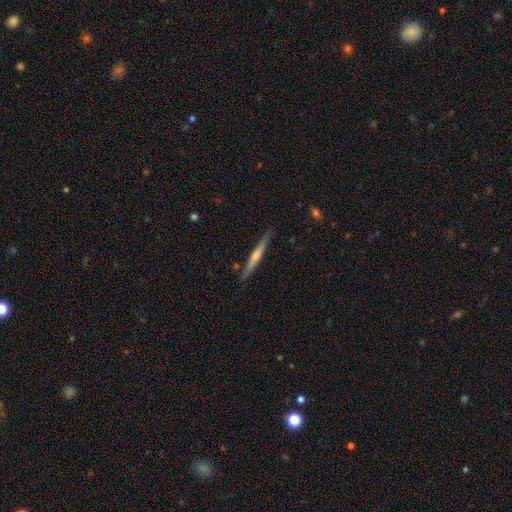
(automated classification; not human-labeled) Smooth or featured: featured or disk — 61% (smooth — 33%)
Edge-on disk: yes — 98% (no — 2%)
Edge-on bulge: rounded — 52% (none — 34%)
Merging: none — 89% (minor disturbance — 9%)